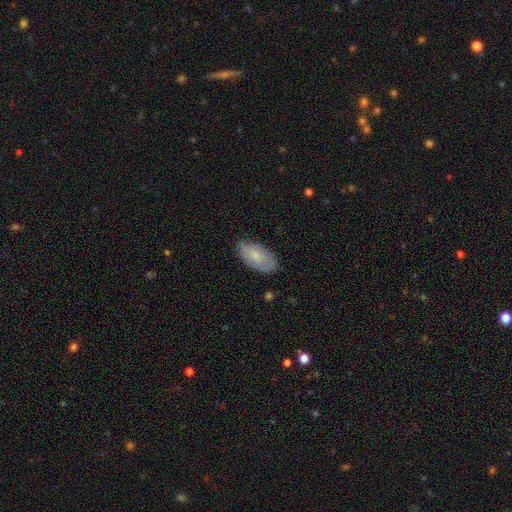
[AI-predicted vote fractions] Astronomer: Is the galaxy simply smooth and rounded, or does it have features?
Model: smooth — 70%.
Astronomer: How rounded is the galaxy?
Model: in between — 94%.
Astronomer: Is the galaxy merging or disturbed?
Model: none — 74%.